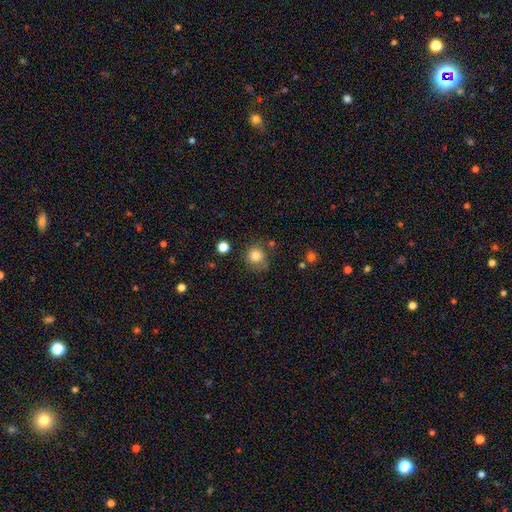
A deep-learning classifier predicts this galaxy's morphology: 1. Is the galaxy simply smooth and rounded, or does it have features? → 82% smooth, 11% star or artifact, 7% featured or disk.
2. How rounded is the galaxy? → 88% round, 11% in between, 1% cigar-shaped.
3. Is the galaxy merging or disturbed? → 72% none, 17% minor disturbance, 5% major disturbance, 5% merger.